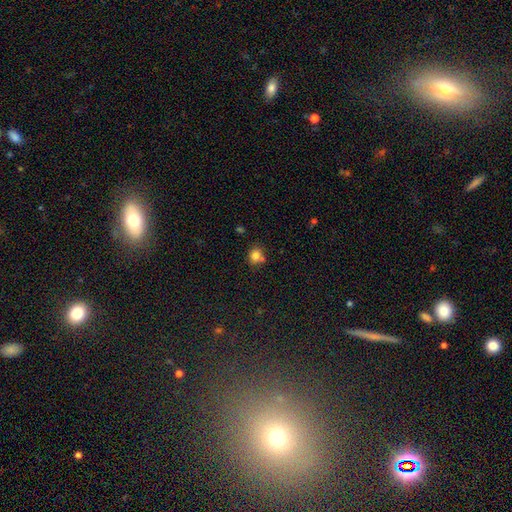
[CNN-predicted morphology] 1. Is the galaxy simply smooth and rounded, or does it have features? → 80% smooth, 12% star or artifact, 8% featured or disk.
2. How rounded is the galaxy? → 67% round, 32% in between, 1% cigar-shaped.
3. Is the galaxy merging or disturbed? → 61% none, 19% merger, 16% minor disturbance, 5% major disturbance.